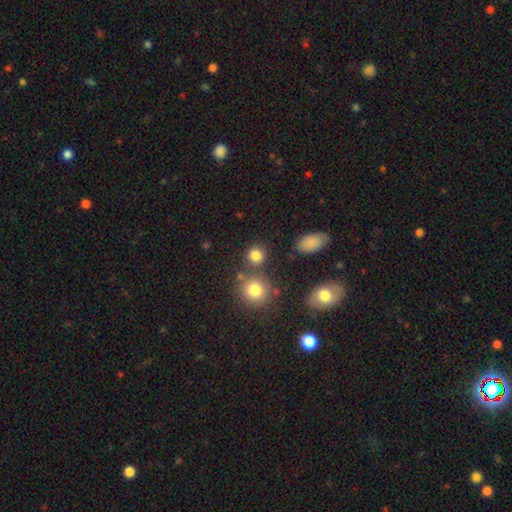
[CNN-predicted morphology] This is clearly a smooth galaxy (81%). How rounded: clearly round (85%). Merging: likely none (74%).